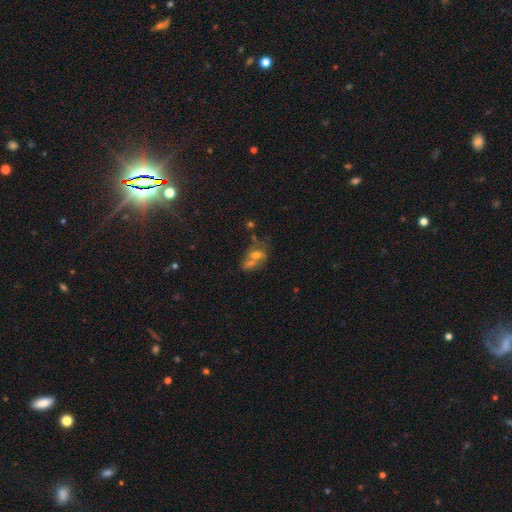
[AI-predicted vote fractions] This is marginally a smooth galaxy (43%). Merging: possibly merger (45%).